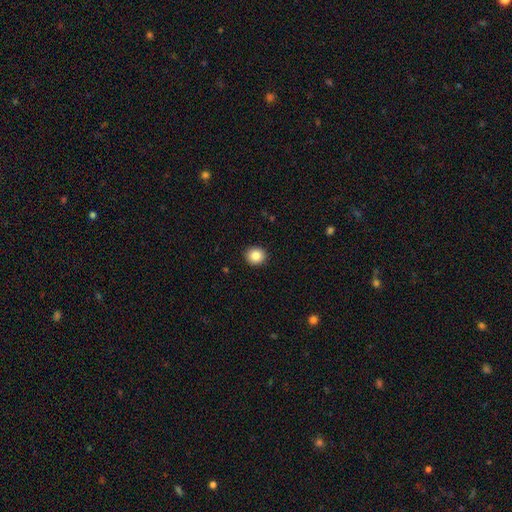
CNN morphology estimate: smooth 85%, star or artifact 9%, featured or disk 6%. Down the decision tree: how rounded — round (85%); merging — none (92%).